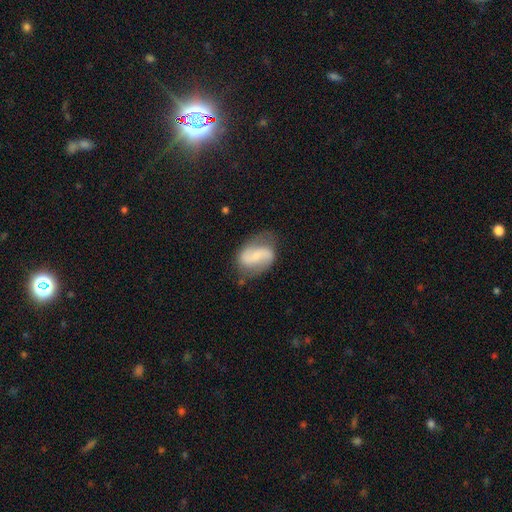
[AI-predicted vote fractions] Smooth or featured? Predicted: featured or disk (p=0.72). Edge-on disk? Predicted: no (p=0.97). Bar? Predicted: weak (p=0.40). Spiral arms? Predicted: yes (p=0.92). Spiral winding? Predicted: loose (p=0.51). Spiral arm count? Predicted: 2 (p=0.89). Bulge size? Predicted: small (p=0.46). Merging? Predicted: none (p=0.64).